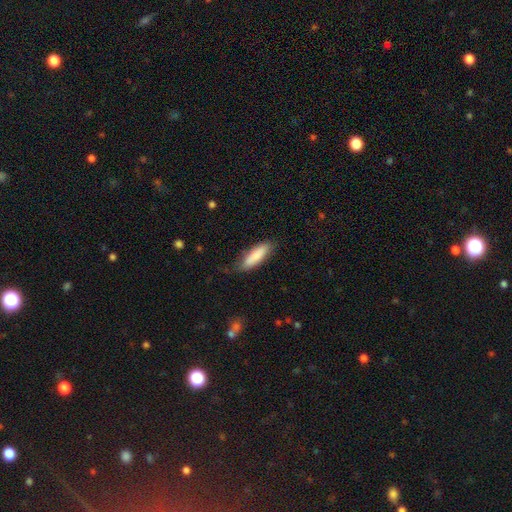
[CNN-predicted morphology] A smooth galaxy with no disk features (84%) that is cigar-shaped (50%). Merging: none (76%).